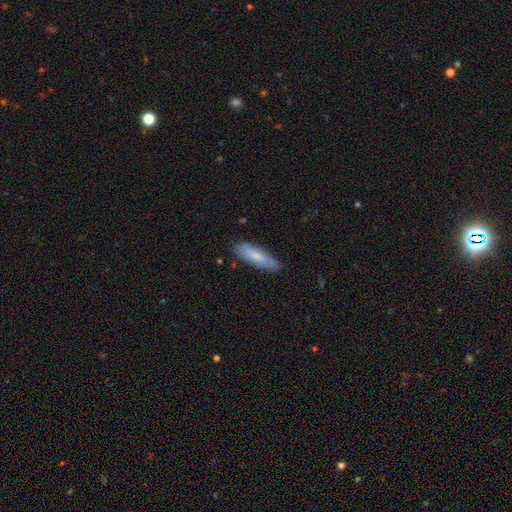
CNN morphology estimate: The model was most divided on "how rounded": cigar-shaped: 57%, in between: 41%, round: 2%. More confident: merging — none (79%); smooth or featured — smooth (67%).